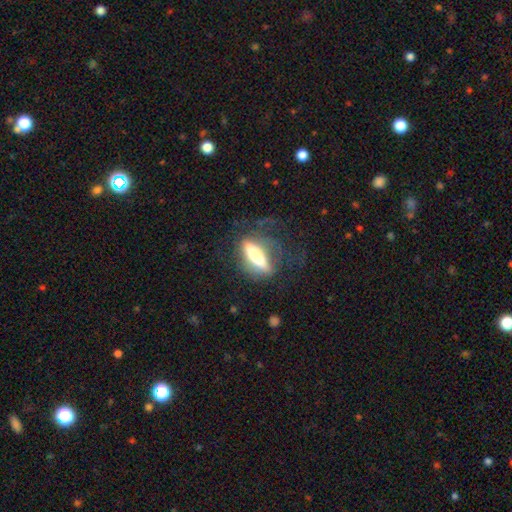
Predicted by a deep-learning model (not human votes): Smooth or featured? Predicted: smooth (p=0.52). How rounded? Predicted: cigar-shaped (p=0.69). Merging? Predicted: none (p=0.59).